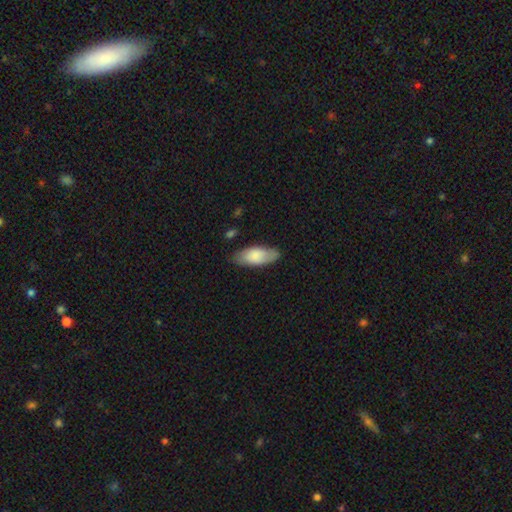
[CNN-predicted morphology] Smooth or featured?
  - smooth: 73% *
  - featured or disk: 21%
  - star or artifact: 6%
How rounded?
  - in between: 85% *
  - cigar-shaped: 13%
  - round: 2%
Merging?
  - none: 76% *
  - minor disturbance: 19%
  - major disturbance: 4%
  - merger: 2%